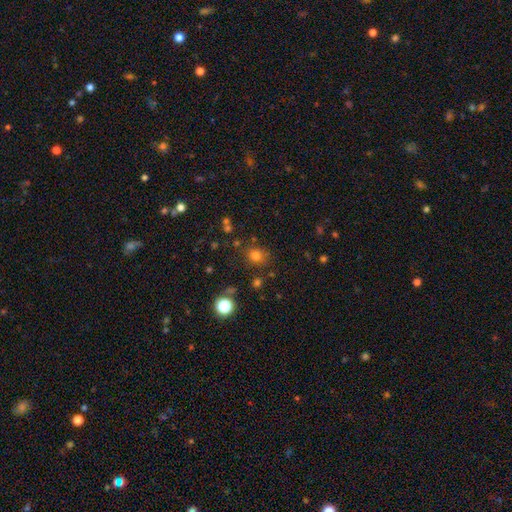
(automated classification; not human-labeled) This is likely a smooth galaxy (75%). How rounded: likely round (77%). Merging: likely none (79%).